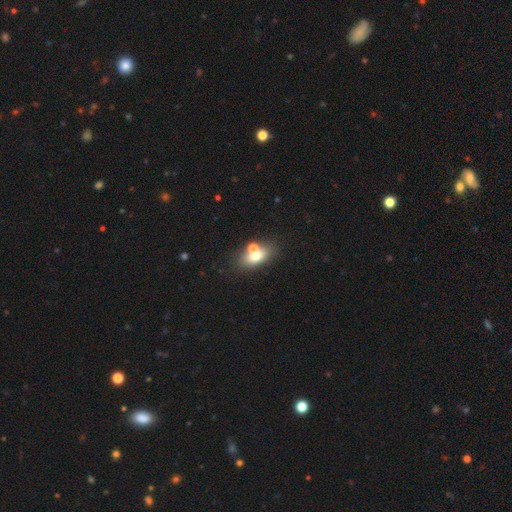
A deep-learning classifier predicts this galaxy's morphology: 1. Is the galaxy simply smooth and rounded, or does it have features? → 64% smooth, 24% featured or disk, 12% star or artifact.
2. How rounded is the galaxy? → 76% in between, 15% round, 9% cigar-shaped.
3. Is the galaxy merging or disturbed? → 54% none, 31% merger, 11% minor disturbance, 5% major disturbance.